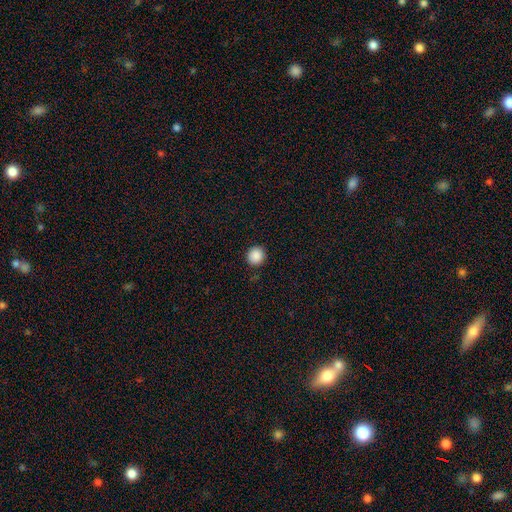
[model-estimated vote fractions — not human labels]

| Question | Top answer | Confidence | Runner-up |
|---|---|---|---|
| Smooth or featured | smooth | 88% | star or artifact (9%) |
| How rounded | round | 93% | in between (6%) |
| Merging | none | 91% | minor disturbance (6%) |